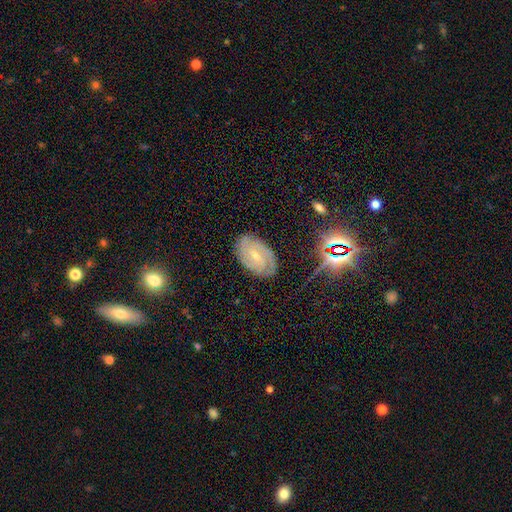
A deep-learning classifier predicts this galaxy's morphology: Smooth or featured? Predicted: featured or disk (p=0.79). Edge-on disk? Predicted: no (p=0.96). Bar? Predicted: weak (p=0.46). Spiral arms? Predicted: yes (p=0.95). Spiral winding? Predicted: tight (p=0.64). Spiral arm count? Predicted: 2 (p=0.45). Bulge size? Predicted: small (p=0.74). Merging? Predicted: none (p=0.80).